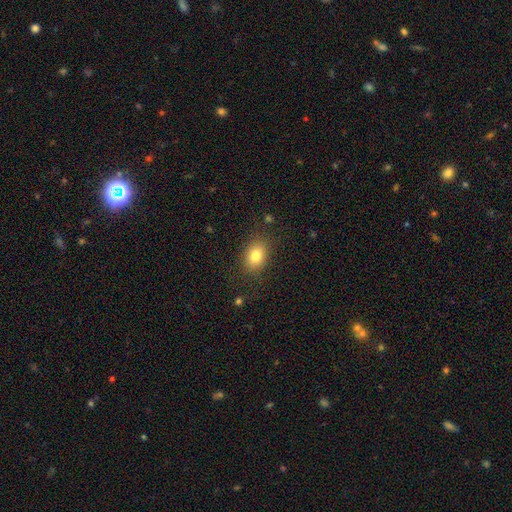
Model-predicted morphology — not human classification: A smooth galaxy with no disk features (80%) that is in between round and cigar-shaped (69%).

Vote fractions:
- Smooth or featured? smooth: 80% / star or artifact: 10% / featured or disk: 10%
- How rounded? in between: 69% / round: 30% / cigar-shaped: 1%
- Merging? none: 83% / minor disturbance: 12% / major disturbance: 4% / merger: 1%